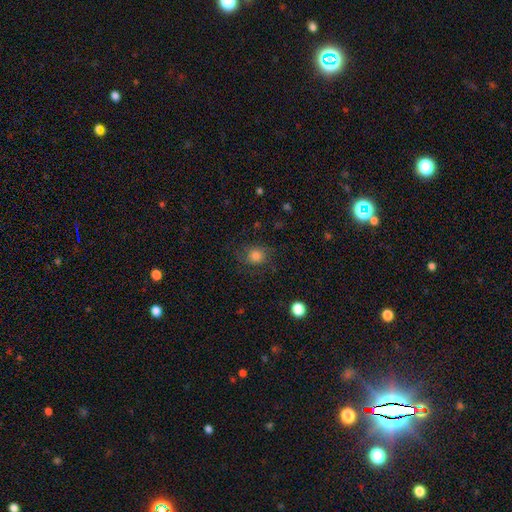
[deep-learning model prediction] A smooth galaxy with no disk features (76%) that is round (82%).

Vote fractions:
- Smooth or featured? smooth: 76% / star or artifact: 13% / featured or disk: 11%
- How rounded? round: 82% / in between: 17% / cigar-shaped: 1%
- Merging? none: 74% / minor disturbance: 16% / major disturbance: 8% / merger: 1%